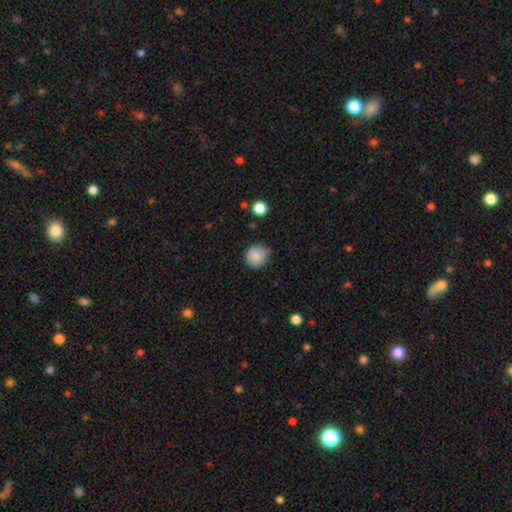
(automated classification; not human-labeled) Smooth or featured? Predicted: smooth (p=0.87). How rounded? Predicted: round (p=0.90). Merging? Predicted: none (p=0.75).